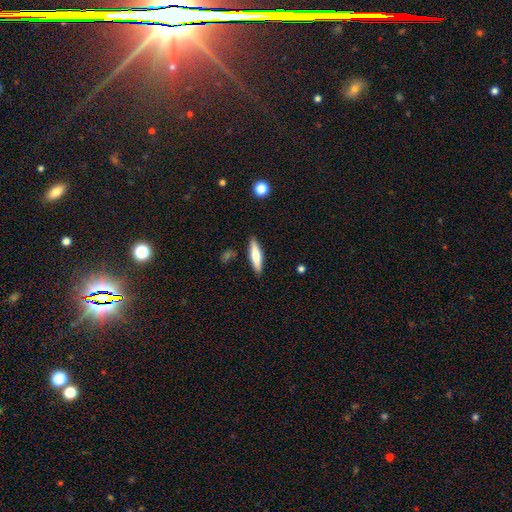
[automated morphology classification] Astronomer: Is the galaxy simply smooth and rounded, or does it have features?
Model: smooth — 64%.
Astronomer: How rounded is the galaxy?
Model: cigar-shaped — 76%.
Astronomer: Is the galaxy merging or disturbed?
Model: none — 87%.